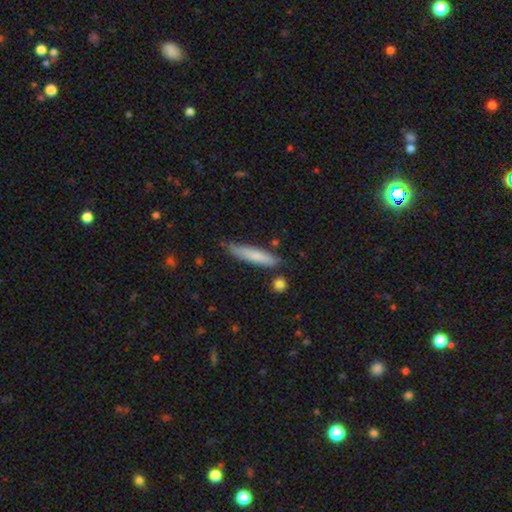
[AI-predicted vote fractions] The model was most divided on "merging": none: 73%, minor disturbance: 21%, merger: 4%, major disturbance: 3%. More confident: how rounded — cigar-shaped (86%); smooth or featured — smooth (75%).